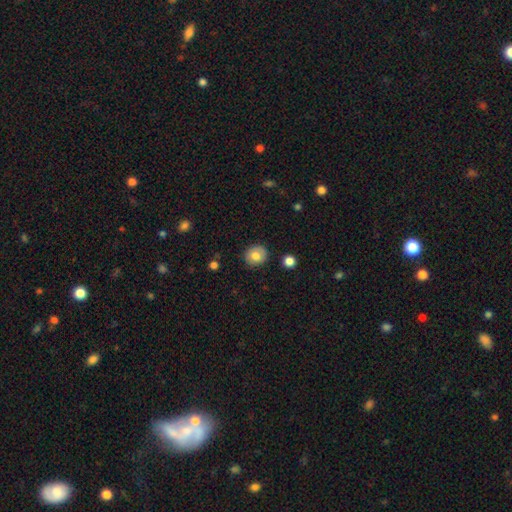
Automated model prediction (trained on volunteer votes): Q: Smooth or featured?
A: smooth (78%); runner-up: featured or disk (13%)
Q: How rounded?
A: round (79%); runner-up: in between (20%)
Q: Merging?
A: none (87%); runner-up: minor disturbance (10%)